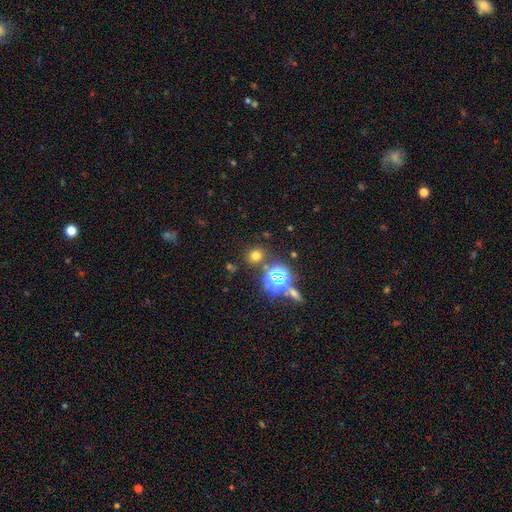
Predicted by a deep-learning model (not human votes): smooth_or_featured: smooth (p=0.62) [alt: star or artifact p=0.31]
how_rounded: round (p=0.80) [alt: in between p=0.19]
merging: none (p=0.81) [alt: minor disturbance p=0.08]